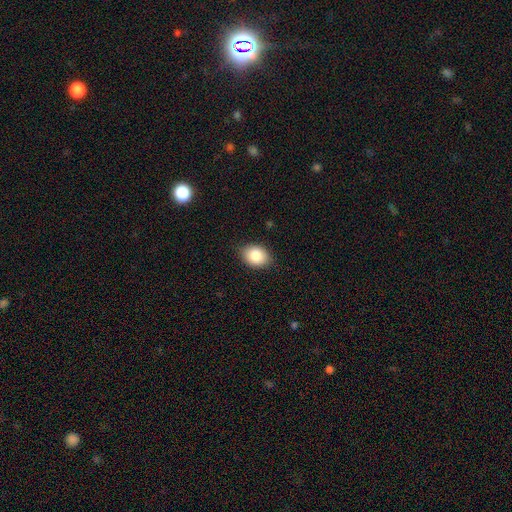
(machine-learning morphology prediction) Smooth or featured?
  - smooth: 85% *
  - star or artifact: 8%
  - featured or disk: 7%
How rounded?
  - in between: 70% *
  - round: 29%
  - cigar-shaped: 1%
Merging?
  - none: 84% *
  - minor disturbance: 13%
  - major disturbance: 2%
  - merger: 1%